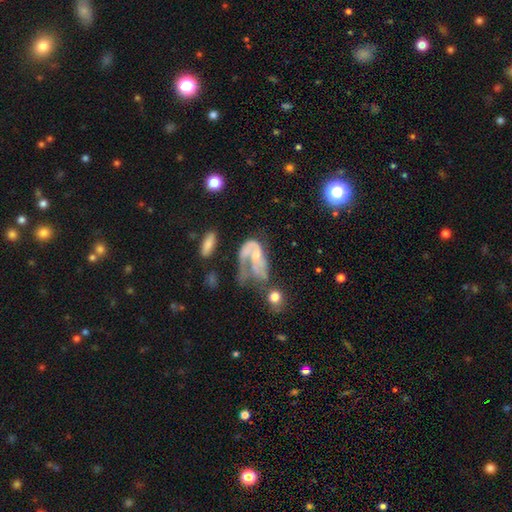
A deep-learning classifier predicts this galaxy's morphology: Smooth or featured? Predicted: featured or disk (p=0.69). Edge-on disk? Predicted: no (p=0.96). Bar? Predicted: no (p=0.66). Spiral arms? Predicted: yes (p=0.73). Bulge size? Predicted: small (p=0.45). Merging? Predicted: major disturbance (p=0.45).